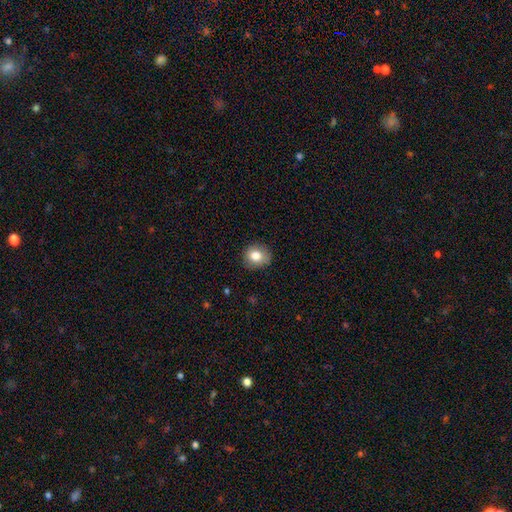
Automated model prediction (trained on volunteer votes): smooth_or_featured: smooth (p=0.81) [alt: featured or disk p=0.10]
how_rounded: round (p=0.78) [alt: in between p=0.21]
merging: none (p=0.85) [alt: minor disturbance p=0.11]